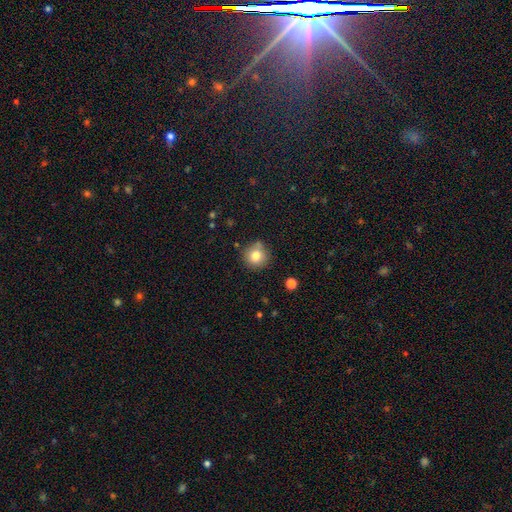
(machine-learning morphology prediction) Smooth or featured? smooth (80%)
How rounded? round (93%)
Merging? none (80%)